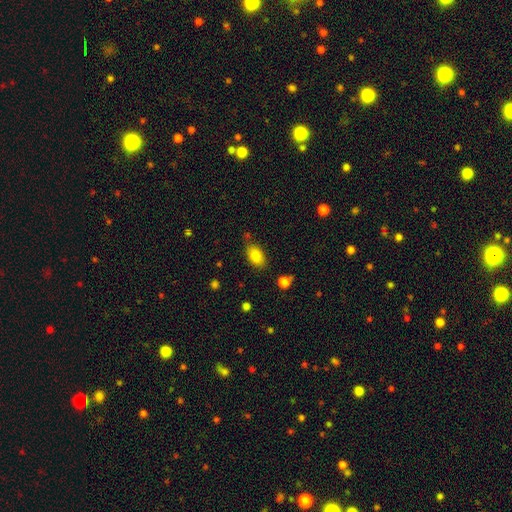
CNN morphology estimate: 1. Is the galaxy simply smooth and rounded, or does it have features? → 84% smooth, 9% star or artifact, 8% featured or disk.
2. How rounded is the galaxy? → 89% in between, 9% round, 2% cigar-shaped.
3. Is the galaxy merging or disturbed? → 74% none, 17% minor disturbance, 5% merger, 4% major disturbance.